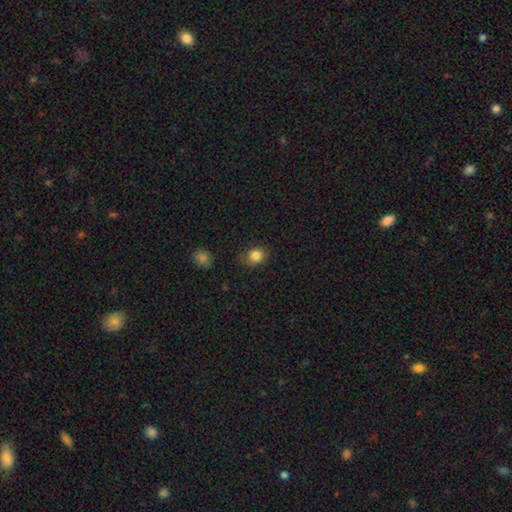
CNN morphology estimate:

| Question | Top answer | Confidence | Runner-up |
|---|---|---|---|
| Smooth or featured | smooth | 85% | star or artifact (10%) |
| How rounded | round | 66% | in between (33%) |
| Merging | none | 78% | minor disturbance (16%) |